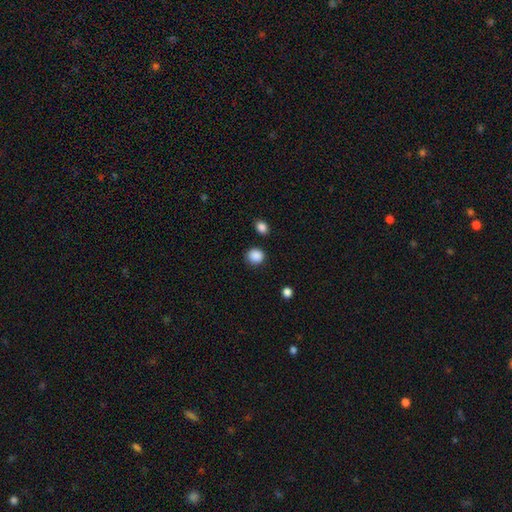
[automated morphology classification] smooth-or-featured: smooth: 88% | star or artifact: 9% | featured or disk: 2%
  how-rounded: round: 86% | in between: 13% | cigar-shaped: 1%
  merging: none: 87% | minor disturbance: 8% | major disturbance: 3% | merger: 3%